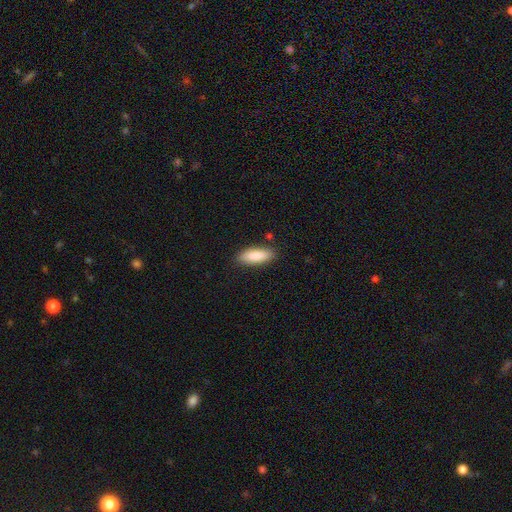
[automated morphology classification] smooth-or-featured: smooth: 87% | featured or disk: 7% | star or artifact: 6%
  how-rounded: in between: 66% | cigar-shaped: 32% | round: 2%
  merging: none: 86% | minor disturbance: 10% | major disturbance: 2% | merger: 2%